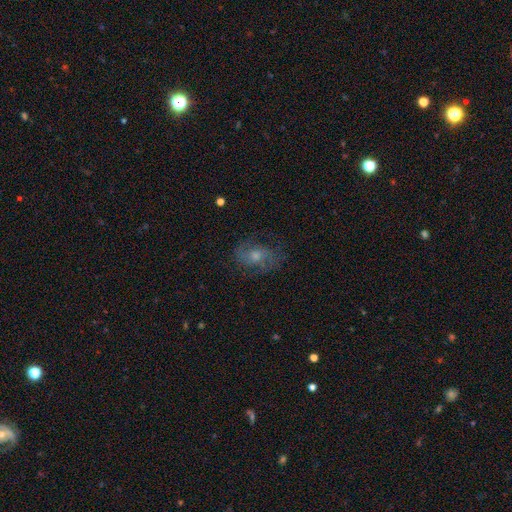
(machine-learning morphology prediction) smooth-or-featured: featured or disk: 57% | smooth: 27% | star or artifact: 16%
  disk-edge-on: no: 94% | yes: 6%
    bar: no: 69% | weak: 26% | strong: 5%
    has-spiral-arms: yes: 81% | no: 19%
    bulge-size: moderate: 56% | small: 33% | large: 6% | none: 3% | dominant: 1%
  merging: none: 71% | minor disturbance: 18% | major disturbance: 10% | merger: 1%